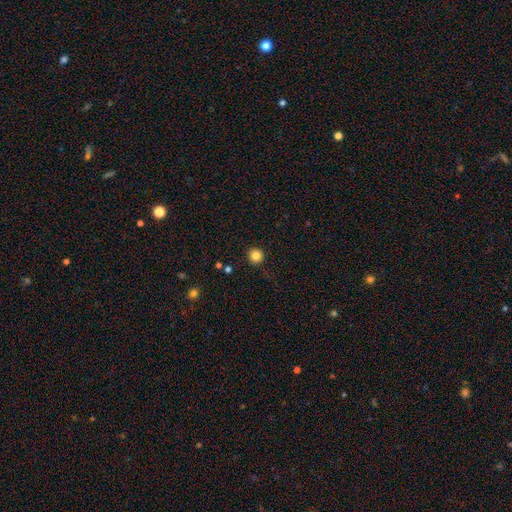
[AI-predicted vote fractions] Smooth or featured: smooth — 83% (star or artifact — 12%)
How rounded: round — 95% (in between — 4%)
Merging: none — 91% (minor disturbance — 6%)